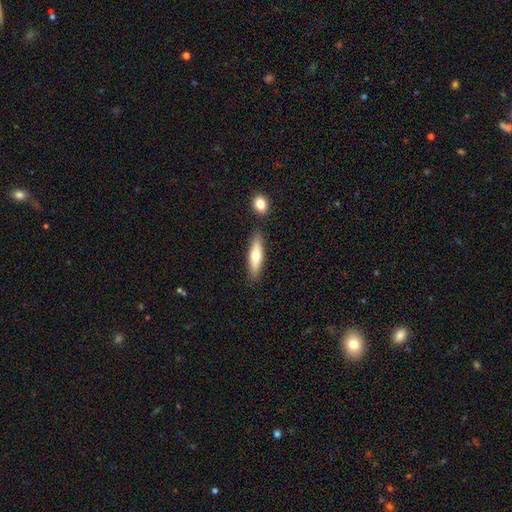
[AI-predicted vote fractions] Smooth or featured: smooth — 67% (featured or disk — 28%)
How rounded: cigar-shaped — 62% (in between — 36%)
Merging: none — 81% (minor disturbance — 10%)